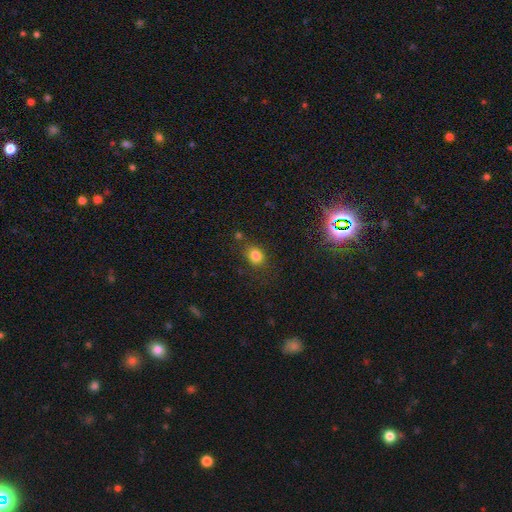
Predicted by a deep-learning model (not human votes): Q: Smooth or featured?
A: smooth (81%); runner-up: star or artifact (13%)
Q: How rounded?
A: round (52%); runner-up: in between (46%)
Q: Merging?
A: none (74%); runner-up: minor disturbance (15%)